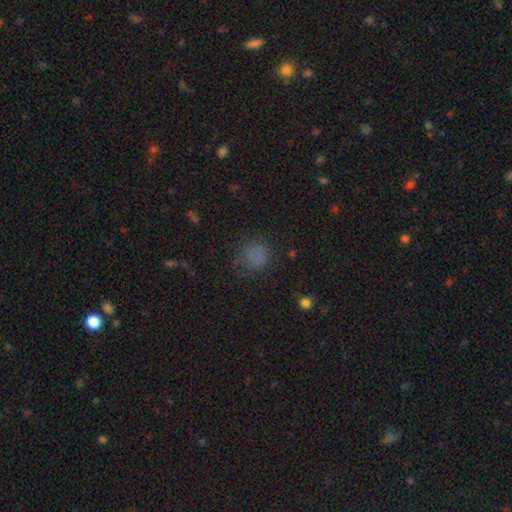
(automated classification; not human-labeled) This appears to be a smooth galaxy with no disk features (74%) that is round (81%). Merging: none (68%).